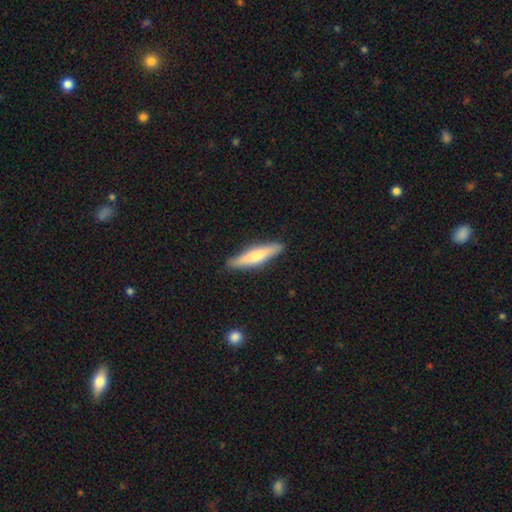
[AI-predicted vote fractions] smooth_or_featured: smooth (p=0.57) [alt: featured or disk p=0.38]
how_rounded: cigar-shaped (p=0.82) [alt: in between p=0.16]
merging: none (p=0.88) [alt: minor disturbance p=0.09]